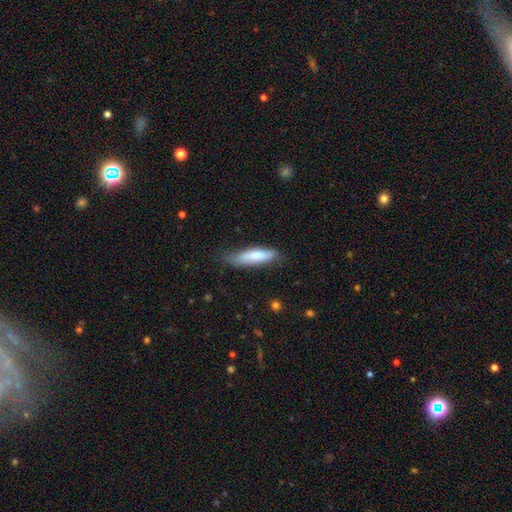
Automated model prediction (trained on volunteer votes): Smooth or featured?
  - smooth: 77% *
  - featured or disk: 18%
  - star or artifact: 6%
How rounded?
  - cigar-shaped: 69% *
  - in between: 29%
  - round: 2%
Merging?
  - none: 65% *
  - minor disturbance: 27%
  - major disturbance: 6%
  - merger: 2%